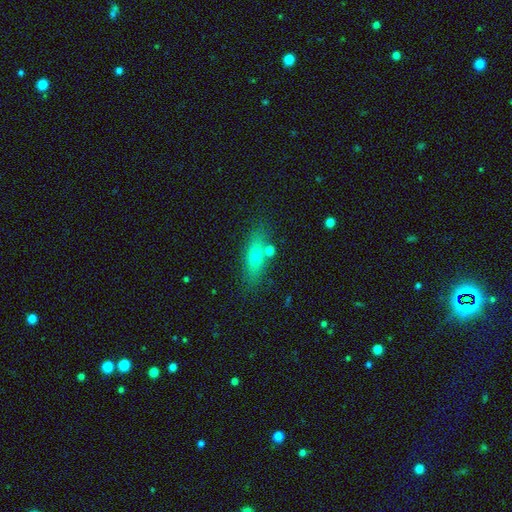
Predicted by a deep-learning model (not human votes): Q: Smooth or featured?
A: smooth (62%); runner-up: featured or disk (27%)
Q: How rounded?
A: in between (47%); tied with: cigar-shaped (47%)
Q: Merging?
A: none (78%); runner-up: minor disturbance (11%)